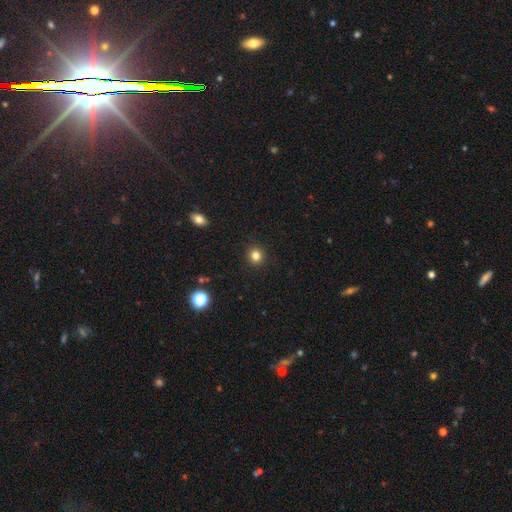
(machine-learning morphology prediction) Overall: smooth (82%). How rounded: round (92%). Merging: none (92%).